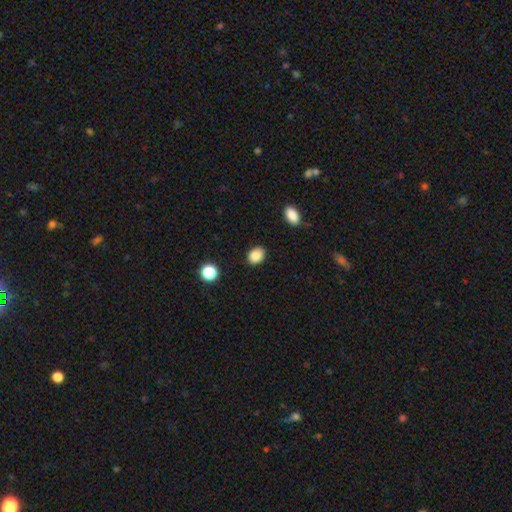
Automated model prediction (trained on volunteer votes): Smooth or featured? smooth (86%)
How rounded? in between (59%)
Merging? none (87%)